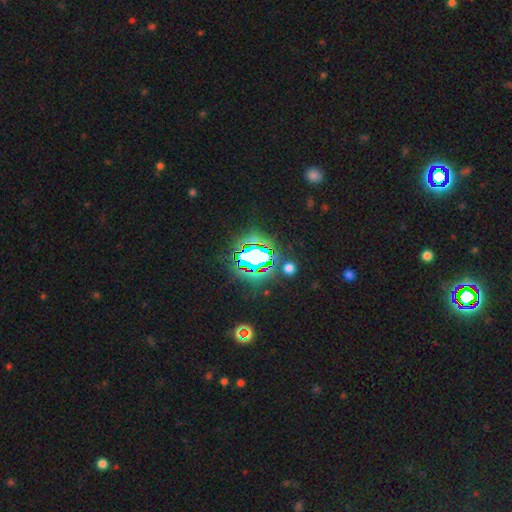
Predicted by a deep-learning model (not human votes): This appears to be a star or artifact, not a galaxy (72%).